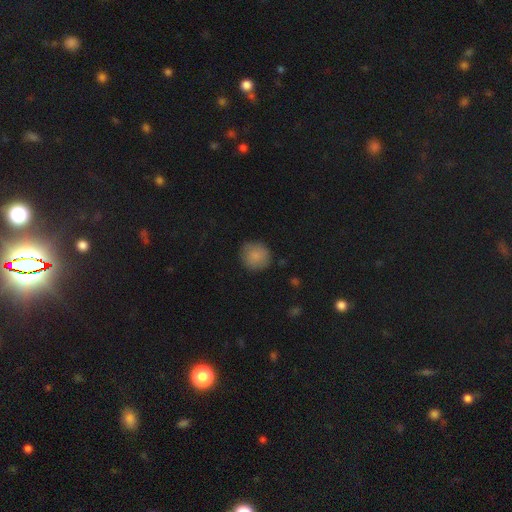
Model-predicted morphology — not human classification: Q: Smooth or featured?
A: smooth (86%); runner-up: star or artifact (8%)
Q: How rounded?
A: round (91%); runner-up: in between (8%)
Q: Merging?
A: none (84%); runner-up: minor disturbance (12%)